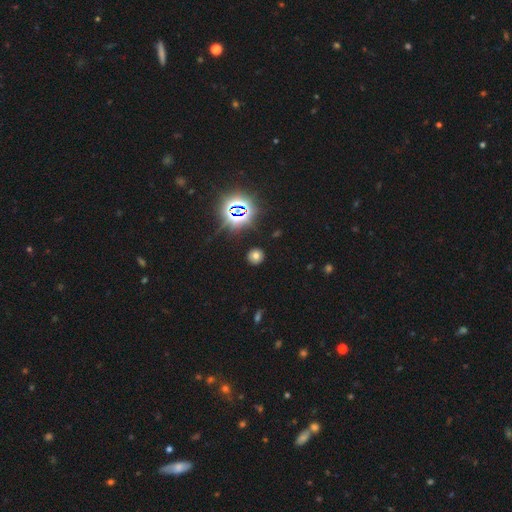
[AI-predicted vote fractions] A smooth galaxy with no disk features (63%) that is round (87%).

Vote fractions:
- Smooth or featured? smooth: 63% / star or artifact: 27% / featured or disk: 10%
- How rounded? round: 87% / in between: 11% / cigar-shaped: 1%
- Merging? none: 89% / minor disturbance: 7% / major disturbance: 2% / merger: 2%